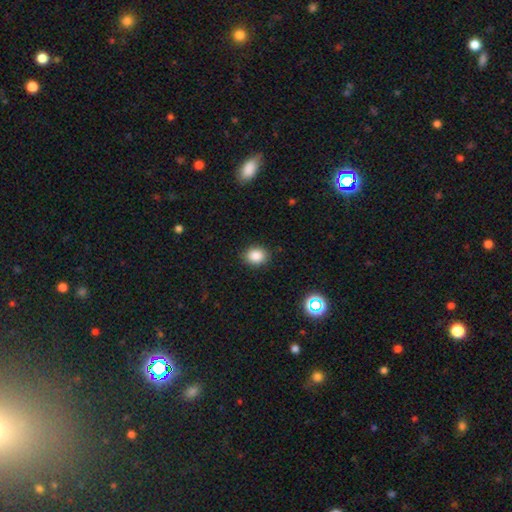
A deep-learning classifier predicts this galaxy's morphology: Overall: smooth (86%). How rounded: round (50%; in between 49%). Merging: none (88%).